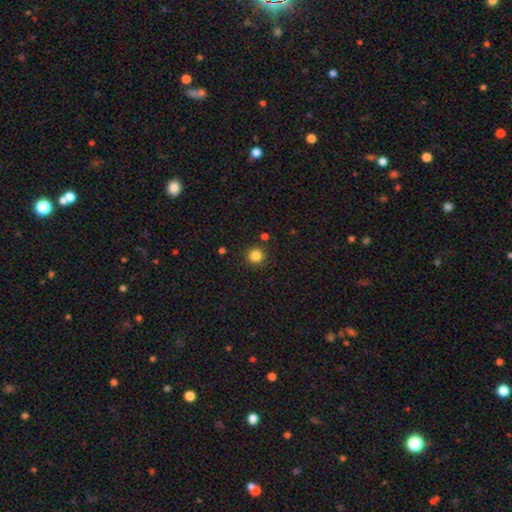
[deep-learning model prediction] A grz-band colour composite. It shows a smooth galaxy with no disk features (84%) that is round (95%). Merging: none (89%).